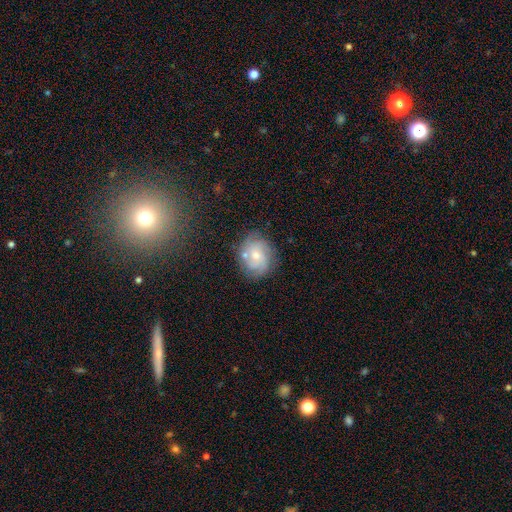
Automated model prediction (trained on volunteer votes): Smooth or featured?
  - featured or disk: 64% *
  - smooth: 27%
  - star or artifact: 9%
Edge-on disk?
  - no: 98% *
  - yes: 2%
Bar?
  - no: 73% *
  - weak: 23%
  - strong: 3%
Spiral arms?
  - yes: 89% *
  - no: 11%
Spiral winding?
  - tight: 49% *
  - medium: 38%
  - loose: 13%
Spiral arm count?
  - 3: 30% * (tied)
  - can't tell: 30% * (tied)
  - 2: 15%
  - 4: 14%
  - more than 4: 5%
  - 1: 5%
Bulge size?
  - small: 51% *
  - moderate: 43%
  - large: 3%
  - none: 3%
  - dominant: 1%
Merging?
  - none: 71% *
  - minor disturbance: 17%
  - merger: 6%
  - major disturbance: 6%